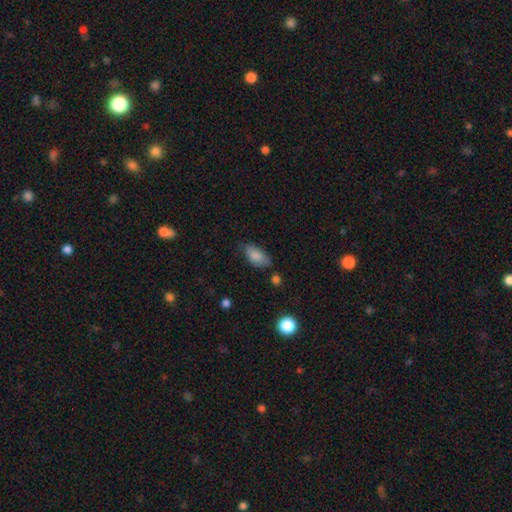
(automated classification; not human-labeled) Overall: smooth (83%). How rounded: in between (90%). Merging: none (63%; minor disturbance 27%).